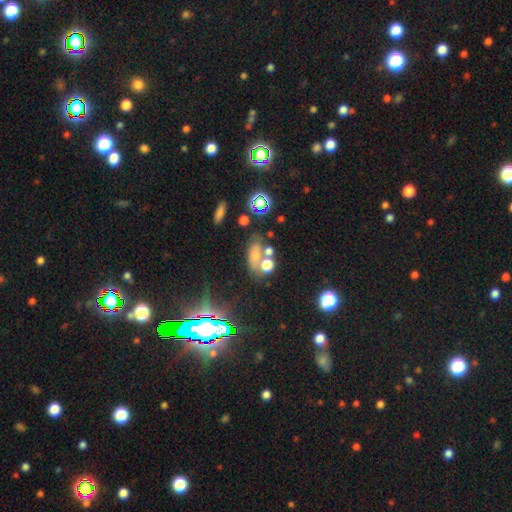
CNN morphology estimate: This is possibly a smooth galaxy (58%). How rounded: likely in between (70%). Merging: marginally none (43%).